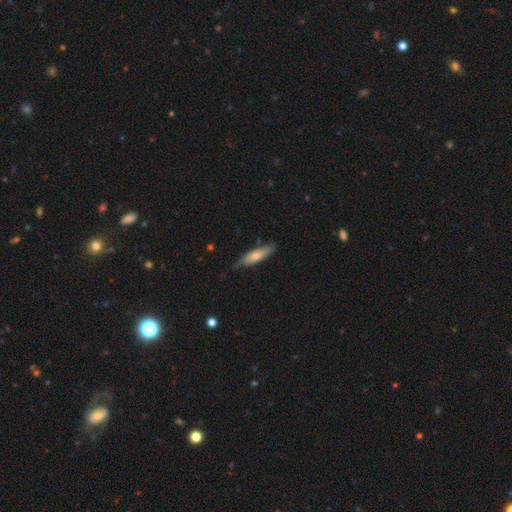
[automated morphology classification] This is likely a smooth galaxy (71%). How rounded: likely cigar-shaped (70%). Merging: likely none (74%).